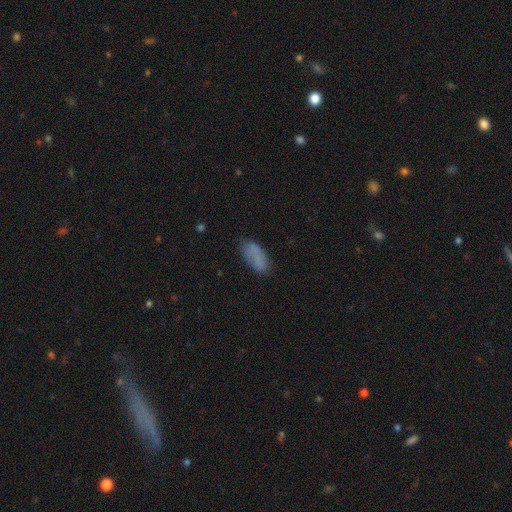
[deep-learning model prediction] This is likely a smooth galaxy (76%). How rounded: clearly in between (87%). Merging: likely none (64%).